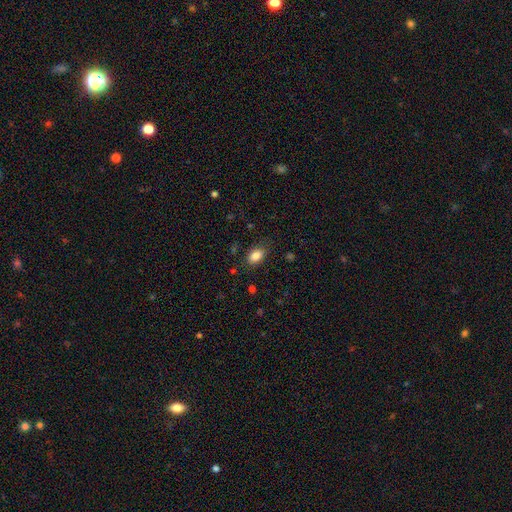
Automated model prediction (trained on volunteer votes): A smooth galaxy with no disk features (86%) that is in between round and cigar-shaped (86%). Merging: none (80%).